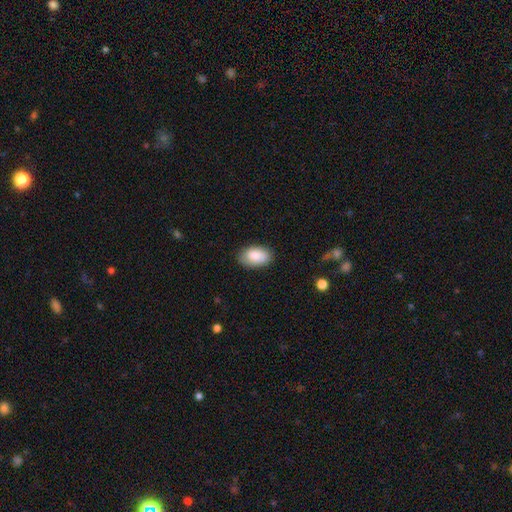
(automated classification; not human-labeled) Overall: smooth (88%). How rounded: in between (93%). Merging: none (84%).